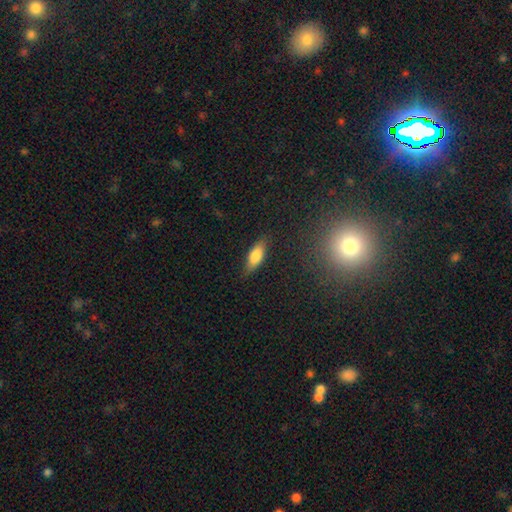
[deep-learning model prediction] Smooth or featured: smooth — 80% (featured or disk — 13%)
How rounded: in between — 71% (cigar-shaped — 27%)
Merging: none — 80% (minor disturbance — 16%)